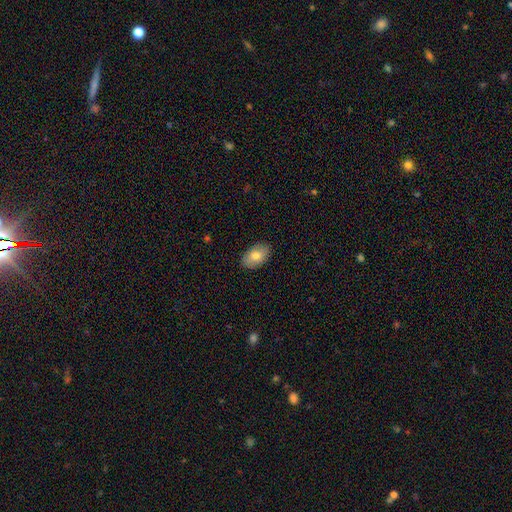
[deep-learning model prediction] Morphology: type=smooth (79%); roundness=in between (92%); merging=none (88%).